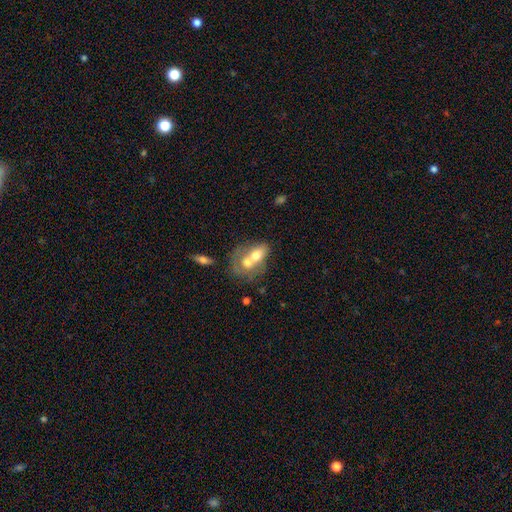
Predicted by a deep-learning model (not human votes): Q: Smooth or featured?
A: smooth (61%); runner-up: featured or disk (31%)
Q: How rounded?
A: in between (71%); runner-up: round (26%)
Q: Merging?
A: merger (75%); runner-up: none (14%)